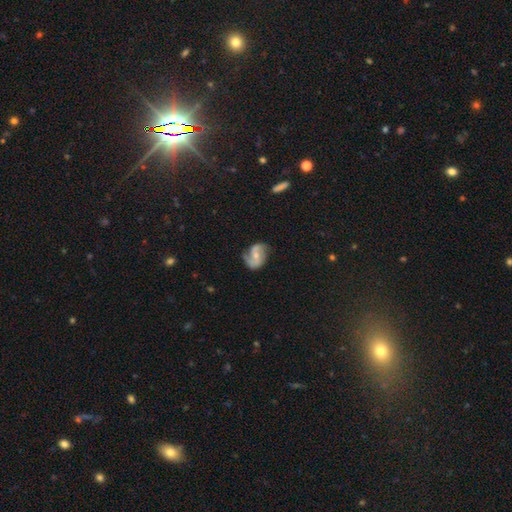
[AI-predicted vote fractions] The model was most divided on "bulge size": moderate: 49%, small: 46%, none: 3%, large: 2%, dominant: 1%. Remaining: edge-on disk — no (98%); spiral arms — yes (94%); spiral arm count — 2 (87%); smooth or featured — featured or disk (79%); merging — none (65%); bar — no (49%); spiral winding — medium (46%).